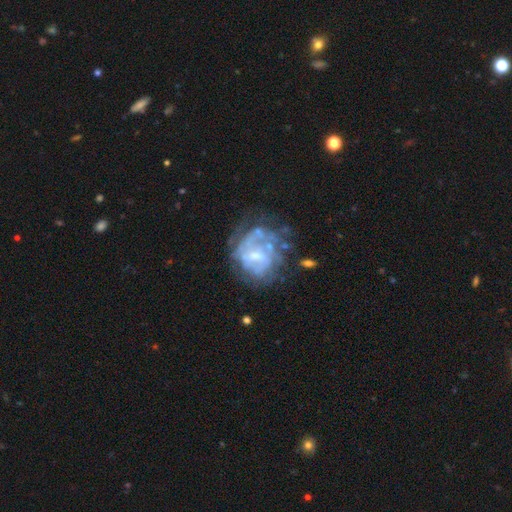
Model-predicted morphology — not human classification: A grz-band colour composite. It shows a featured or disk galaxy (75%) with a weak bar (47%), spiral arms (55%) and a small central bulge (41%). Merging: none (45%).